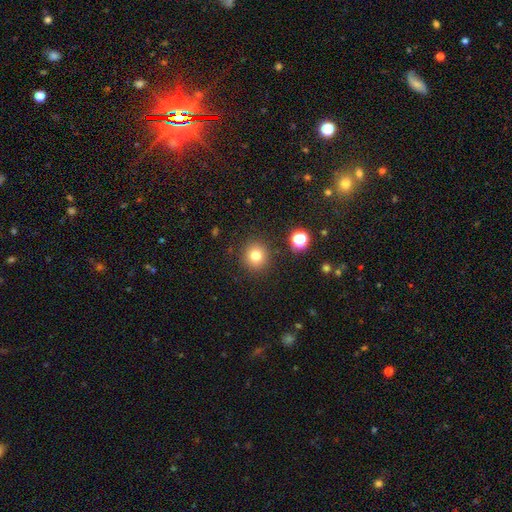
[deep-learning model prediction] Q: Smooth or featured?
A: smooth (79%); runner-up: star or artifact (14%)
Q: How rounded?
A: round (92%); runner-up: in between (7%)
Q: Merging?
A: none (89%); runner-up: minor disturbance (6%)